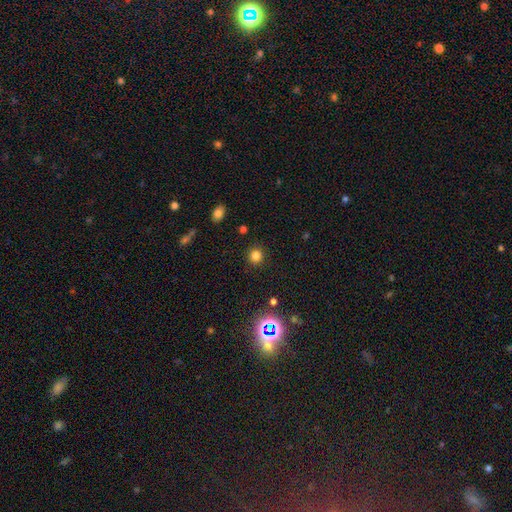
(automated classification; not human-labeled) Smooth or featured?
  - smooth: 79% *
  - star or artifact: 16%
  - featured or disk: 5%
How rounded?
  - round: 91% *
  - in between: 8%
  - cigar-shaped: 1%
Merging?
  - none: 90% *
  - minor disturbance: 6%
  - major disturbance: 3%
  - merger: 2%